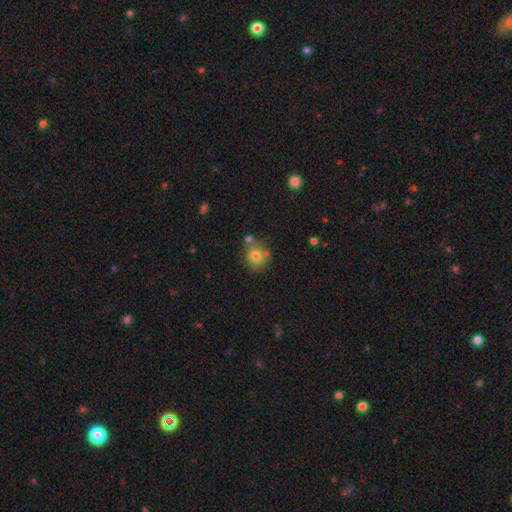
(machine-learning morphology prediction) Smooth or featured? Predicted: smooth (p=0.76). How rounded? Predicted: round (p=0.73). Merging? Predicted: none (p=0.63).